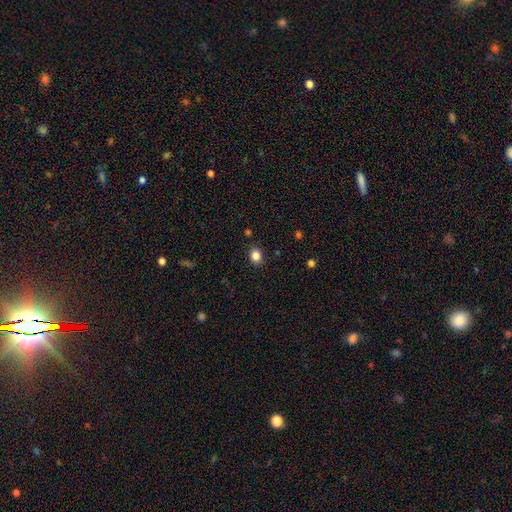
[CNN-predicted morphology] smooth 84%, star or artifact 11%, featured or disk 5%. Down the decision tree: how rounded — round (54%); merging — none (88%).